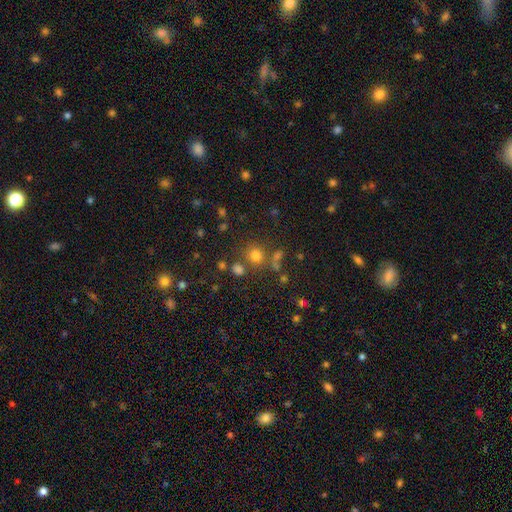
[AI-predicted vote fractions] This is likely a smooth galaxy (73%). How rounded: clearly round (88%). Merging: likely none (72%).